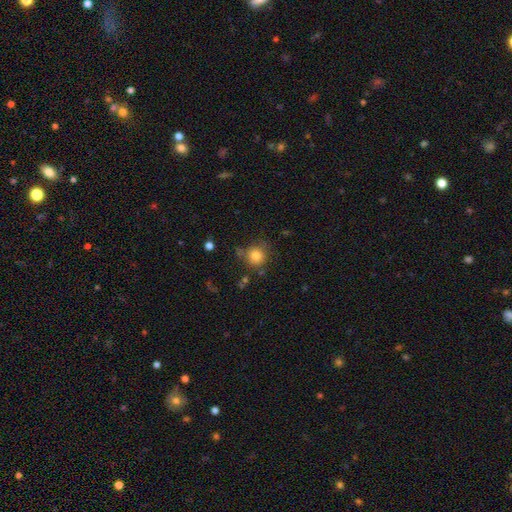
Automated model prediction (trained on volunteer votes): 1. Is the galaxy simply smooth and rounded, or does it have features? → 82% smooth, 12% star or artifact, 7% featured or disk.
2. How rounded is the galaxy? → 91% round, 8% in between, 1% cigar-shaped.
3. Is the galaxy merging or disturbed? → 74% none, 15% minor disturbance, 6% merger, 5% major disturbance.